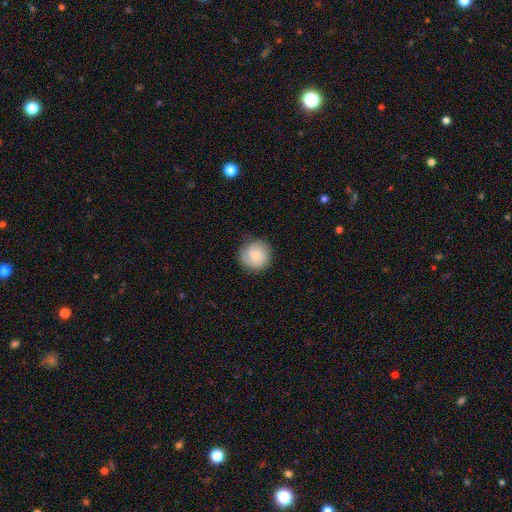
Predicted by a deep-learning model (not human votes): A smooth galaxy with no disk features (71%) that is round (94%). Merging: none (84%).